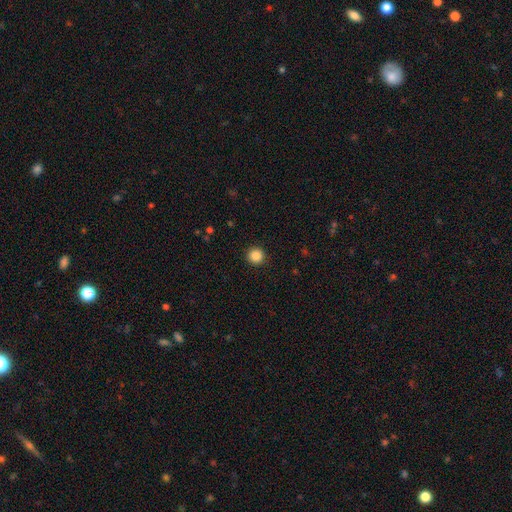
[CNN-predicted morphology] Smooth or featured: smooth — 87% (star or artifact — 10%)
How rounded: round — 95% (in between — 4%)
Merging: none — 93% (minor disturbance — 4%)